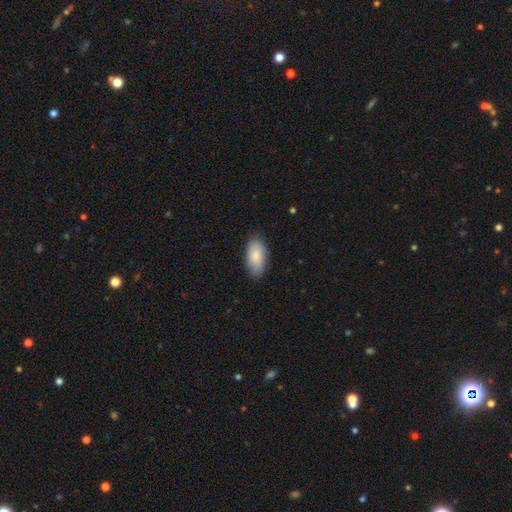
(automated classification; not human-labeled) smooth-or-featured: smooth: 85% | featured or disk: 10% | star or artifact: 6%
  how-rounded: in between: 93% | cigar-shaped: 4% | round: 2%
  merging: none: 83% | minor disturbance: 13% | major disturbance: 3% | merger: 1%